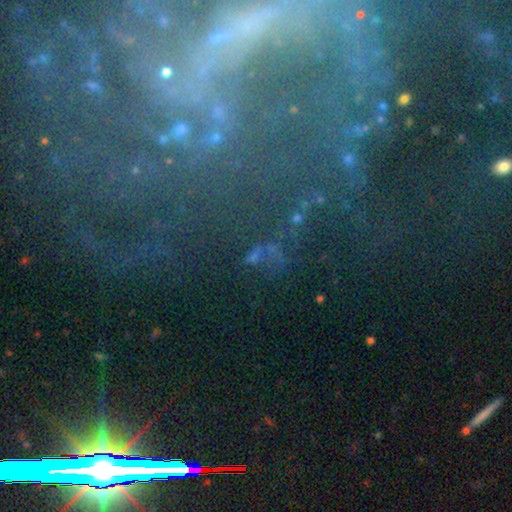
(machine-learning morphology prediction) This is possibly a star or artifact rather than a galaxy (54%).